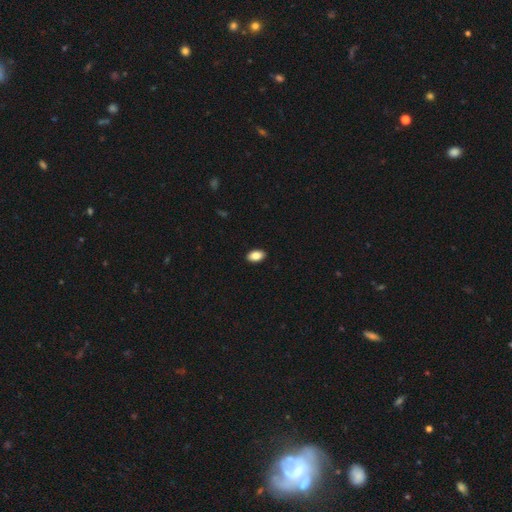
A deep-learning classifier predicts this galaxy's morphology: Overall: smooth (88%). How rounded: in between (92%). Merging: none (91%).